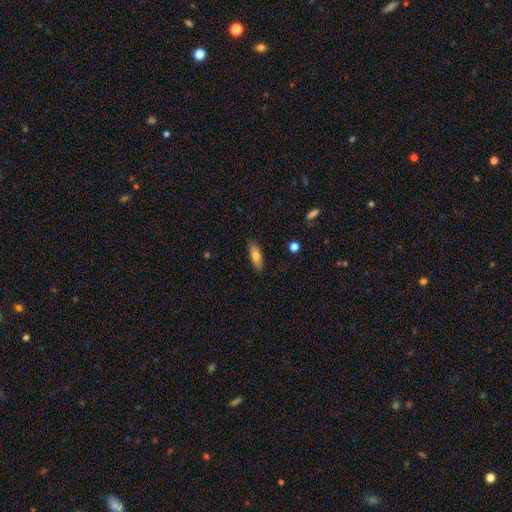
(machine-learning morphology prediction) Smooth or featured: smooth — 74% (featured or disk — 19%)
How rounded: in between — 62% (cigar-shaped — 35%)
Merging: none — 87% (minor disturbance — 10%)